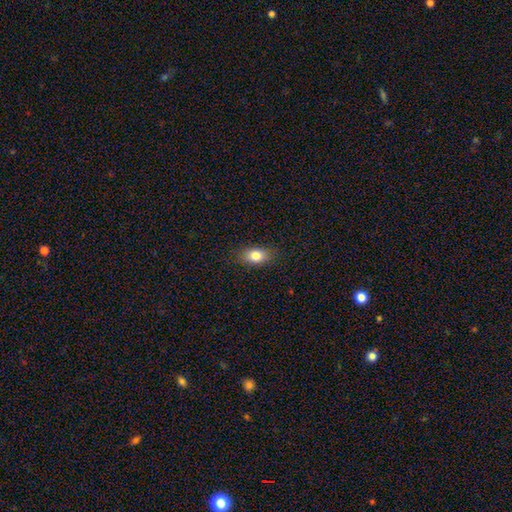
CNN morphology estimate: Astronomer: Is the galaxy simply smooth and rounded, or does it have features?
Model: smooth — 82%.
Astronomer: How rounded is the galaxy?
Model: in between — 84%.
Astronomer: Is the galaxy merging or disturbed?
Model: none — 86%.